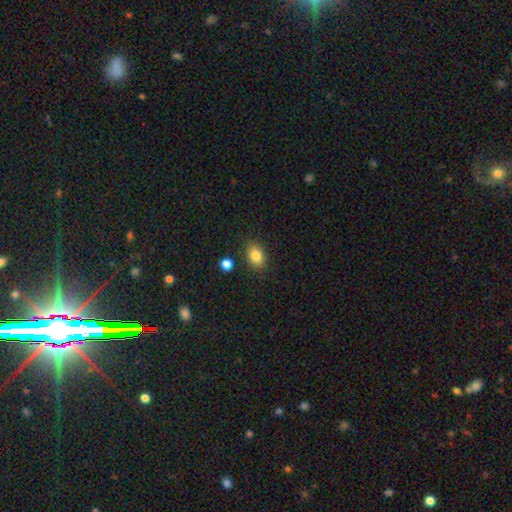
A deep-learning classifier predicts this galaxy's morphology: Smooth or featured: smooth — 84% (star or artifact — 9%)
How rounded: in between — 75% (round — 24%)
Merging: none — 84% (minor disturbance — 11%)